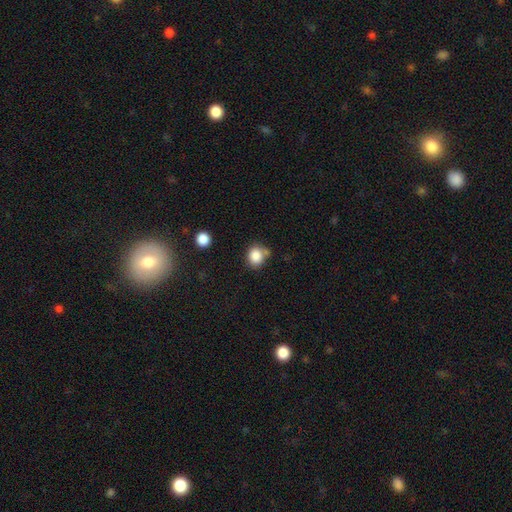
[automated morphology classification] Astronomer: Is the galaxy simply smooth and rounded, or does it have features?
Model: smooth — 85%.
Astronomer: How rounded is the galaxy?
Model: round — 75%.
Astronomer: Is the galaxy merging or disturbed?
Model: none — 64%.